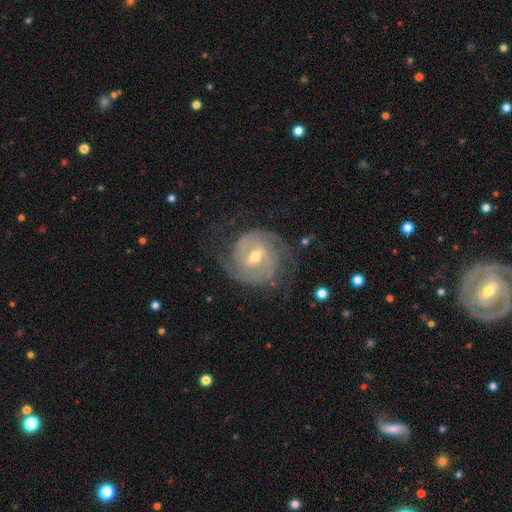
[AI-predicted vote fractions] A featured or disk galaxy (90%) with a weak bar (51%), 2 (64%) tight (63%) spiral arms (97%) and a moderate central bulge (60%).

Vote fractions:
- Smooth or featured? featured or disk: 90% / smooth: 5% / star or artifact: 4%
- Edge-on disk? no: 98% / yes: 2%
- Bar? weak: 51% / no: 30% / strong: 19%
- Spiral arms? yes: 97% / no: 3%
- Spiral winding? tight: 63% / medium: 31% / loose: 7%
- Spiral arm count? 2: 64% / 3: 14% / can't tell: 12% / 4: 4% / 1: 3% / more than 4: 3%
- Bulge size? moderate: 60% / small: 37% / large: 2% / none: 1% / dominant: 1%
- Merging? none: 73% / minor disturbance: 17% / major disturbance: 9% / merger: 1%